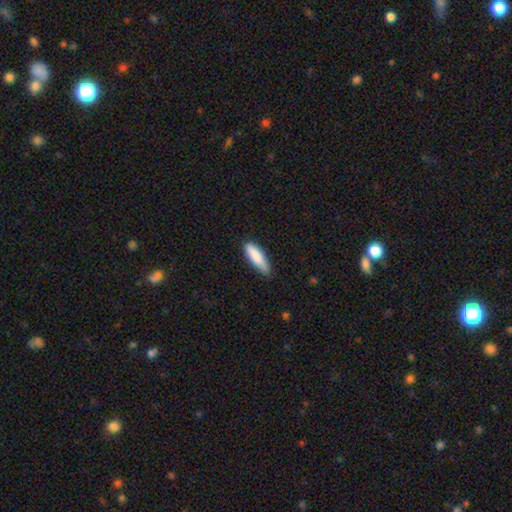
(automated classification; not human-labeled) smooth_or_featured: smooth (p=0.86) [alt: featured or disk p=0.08]
how_rounded: cigar-shaped (p=0.54) [alt: in between p=0.45]
merging: none (p=0.72) [alt: minor disturbance p=0.23]